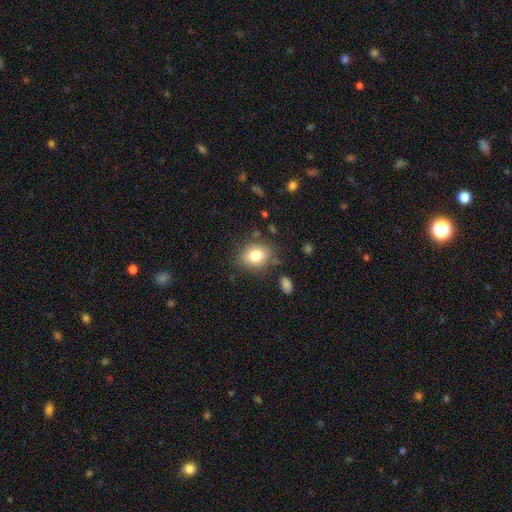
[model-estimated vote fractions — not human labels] Smooth or featured? Predicted: smooth (p=0.81). How rounded? Predicted: in between (p=0.54). Merging? Predicted: none (p=0.78).